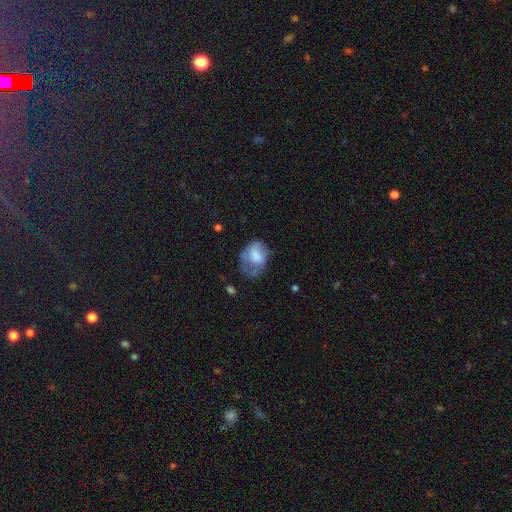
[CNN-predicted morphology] This appears to be a smooth galaxy with no disk features (61%) that is in between round and cigar-shaped (66%). Merging: major disturbance (34%).